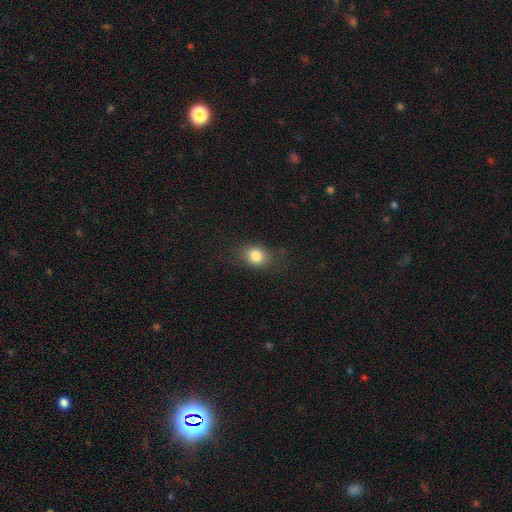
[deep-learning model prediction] Smooth or featured? Predicted: smooth (p=0.82). How rounded? Predicted: round (p=0.50). Merging? Predicted: none (p=0.76).